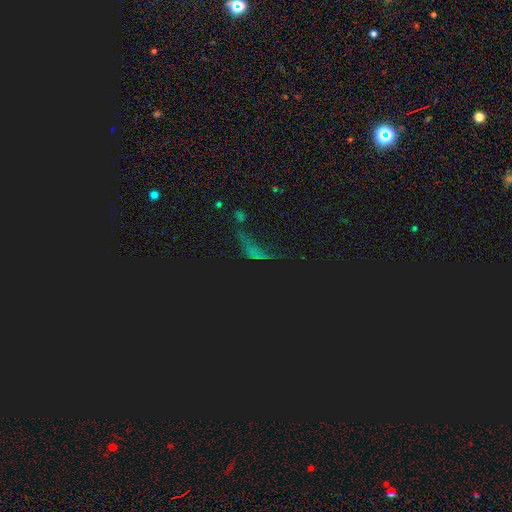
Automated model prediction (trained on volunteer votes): Q: Smooth or featured?
A: star or artifact (69%); runner-up: smooth (18%)